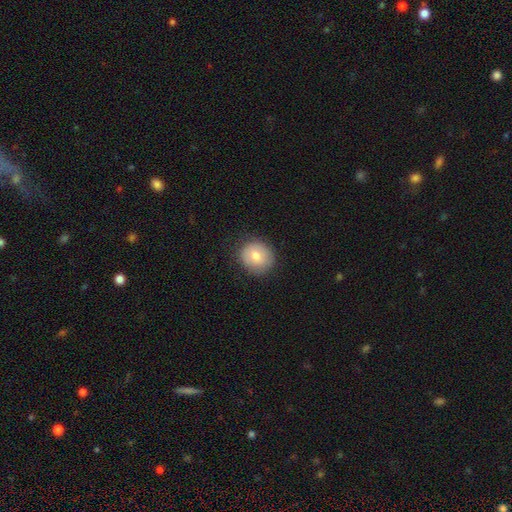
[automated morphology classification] Smooth or featured?
  - smooth: 73% *
  - featured or disk: 19%
  - star or artifact: 8%
How rounded?
  - round: 86% *
  - in between: 14%
  - cigar-shaped: 1%
Merging?
  - none: 83% *
  - minor disturbance: 12%
  - major disturbance: 3%
  - merger: 1%